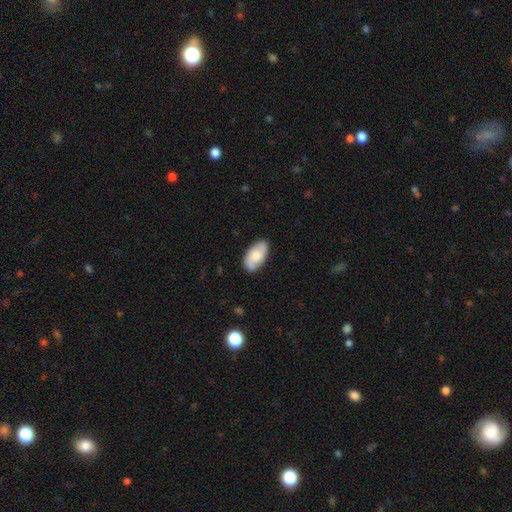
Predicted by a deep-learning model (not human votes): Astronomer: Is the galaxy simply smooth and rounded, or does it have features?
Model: smooth — 58% (runner-up: featured or disk, 35%).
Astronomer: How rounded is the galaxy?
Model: in between — 94%.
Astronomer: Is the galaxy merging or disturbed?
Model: none — 83%.